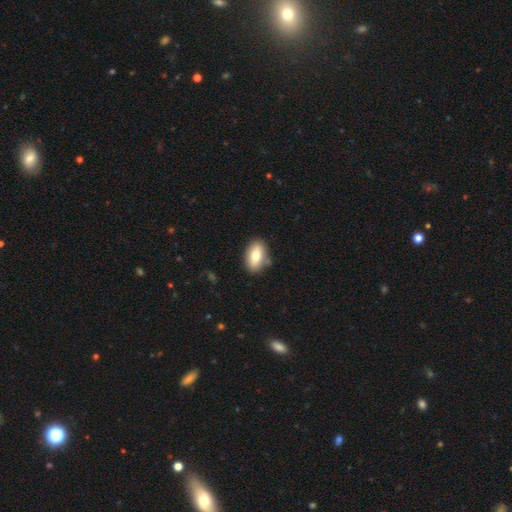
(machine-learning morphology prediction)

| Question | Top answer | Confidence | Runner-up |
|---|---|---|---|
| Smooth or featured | smooth | 73% | featured or disk (20%) |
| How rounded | in between | 88% | round (8%) |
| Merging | none | 83% | minor disturbance (12%) |